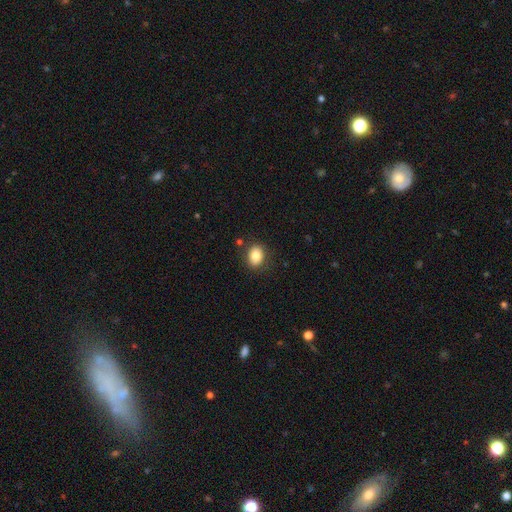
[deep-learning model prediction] smooth 82%, star or artifact 9%, featured or disk 8%. Down the decision tree: how rounded — in between (57%); merging — none (82%).